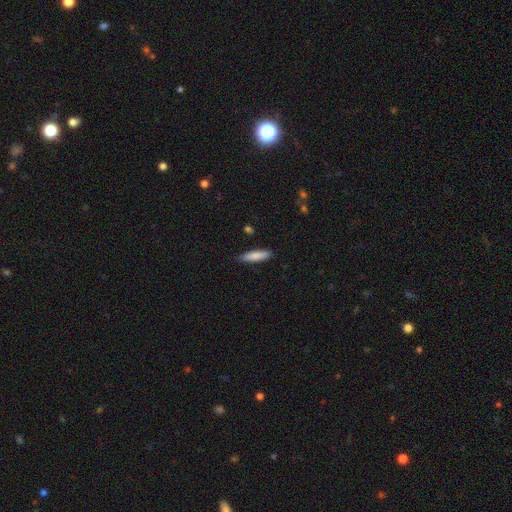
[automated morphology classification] smooth-or-featured: smooth: 83% | featured or disk: 11% | star or artifact: 6%
  how-rounded: cigar-shaped: 76% | in between: 23% | round: 1%
  merging: none: 85% | minor disturbance: 12% | major disturbance: 2% | merger: 1%